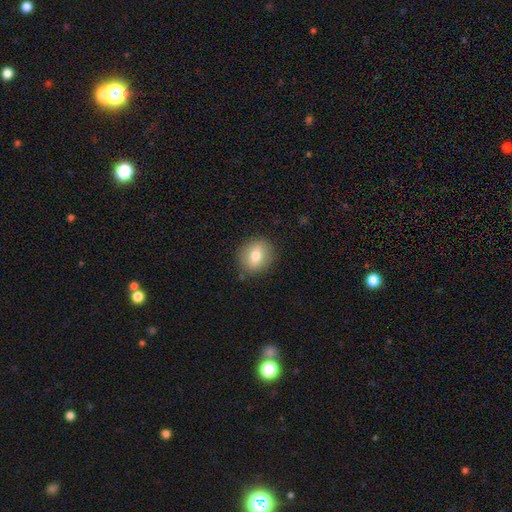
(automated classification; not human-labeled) smooth_or_featured: smooth (p=0.73) [alt: featured or disk p=0.19]
how_rounded: round (p=0.66) [alt: in between p=0.33]
merging: none (p=0.86) [alt: minor disturbance p=0.10]